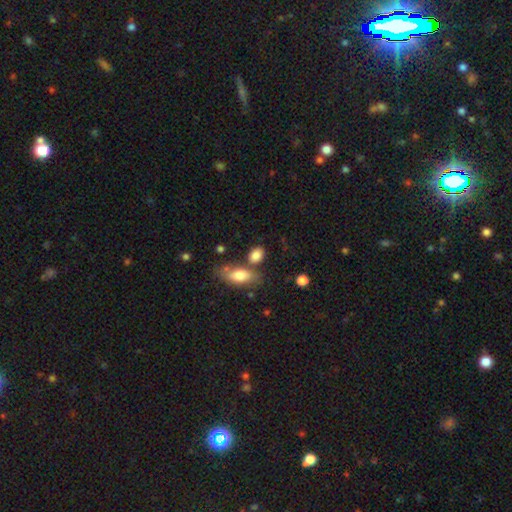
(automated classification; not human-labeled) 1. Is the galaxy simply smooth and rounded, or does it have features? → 84% smooth, 8% star or artifact, 8% featured or disk.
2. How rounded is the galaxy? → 66% in between, 30% round, 4% cigar-shaped.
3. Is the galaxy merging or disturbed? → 62% none, 19% merger, 15% minor disturbance, 5% major disturbance.